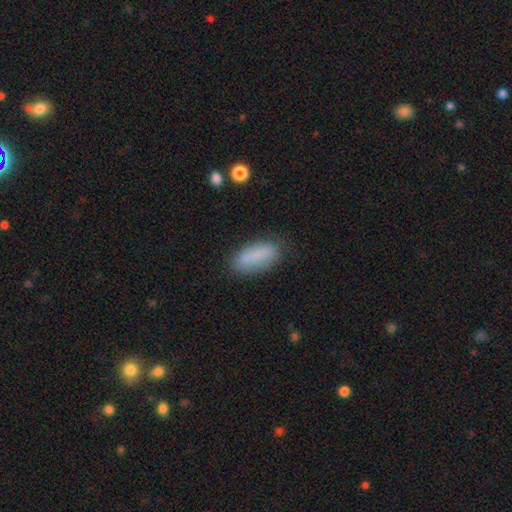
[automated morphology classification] smooth 80%, featured or disk 12%, star or artifact 7%. Down the decision tree: how rounded — in between (74%); merging — none (77%).